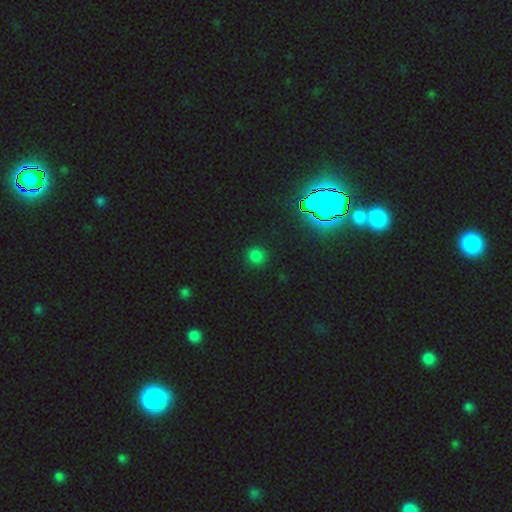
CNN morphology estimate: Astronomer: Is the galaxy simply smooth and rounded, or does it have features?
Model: smooth — 70%.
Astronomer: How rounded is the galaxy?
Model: round — 88%.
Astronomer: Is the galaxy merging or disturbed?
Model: none — 88%.